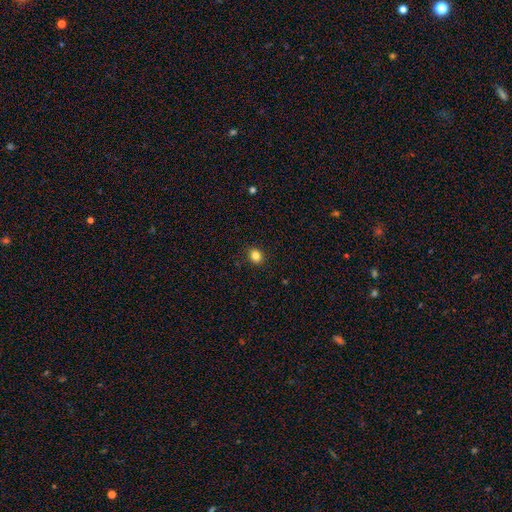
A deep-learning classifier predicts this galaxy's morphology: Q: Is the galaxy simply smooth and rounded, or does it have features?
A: smooth — 83%.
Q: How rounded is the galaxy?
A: round — 73%.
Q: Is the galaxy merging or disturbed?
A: none — 90%.